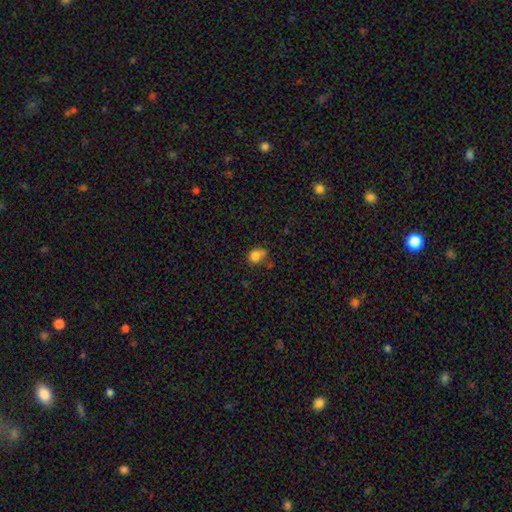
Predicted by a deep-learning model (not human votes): This is clearly a smooth galaxy (82%). How rounded: possibly round (59%). Merging: possibly none (51%).